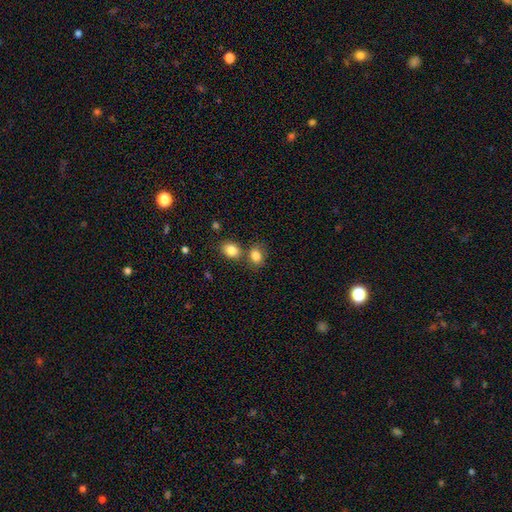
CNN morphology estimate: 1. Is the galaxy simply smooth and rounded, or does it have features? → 83% smooth, 10% star or artifact, 7% featured or disk.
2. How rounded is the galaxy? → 53% in between, 45% round, 1% cigar-shaped.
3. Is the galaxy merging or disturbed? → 57% none, 27% merger, 12% minor disturbance, 4% major disturbance.